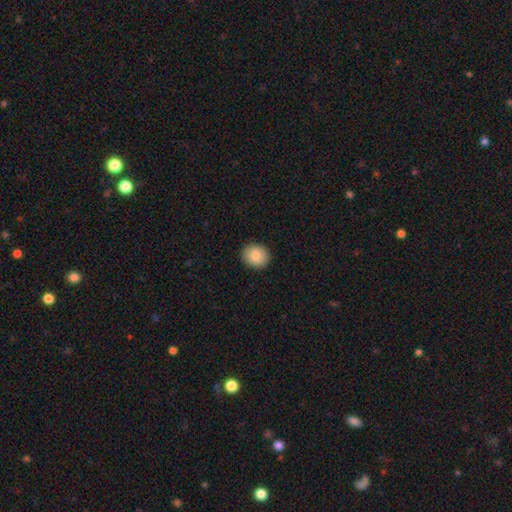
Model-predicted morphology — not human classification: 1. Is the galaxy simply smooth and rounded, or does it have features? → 85% smooth, 8% star or artifact, 7% featured or disk.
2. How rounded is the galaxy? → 71% round, 28% in between, 1% cigar-shaped.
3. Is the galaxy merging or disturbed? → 91% none, 6% minor disturbance, 2% major disturbance, 1% merger.